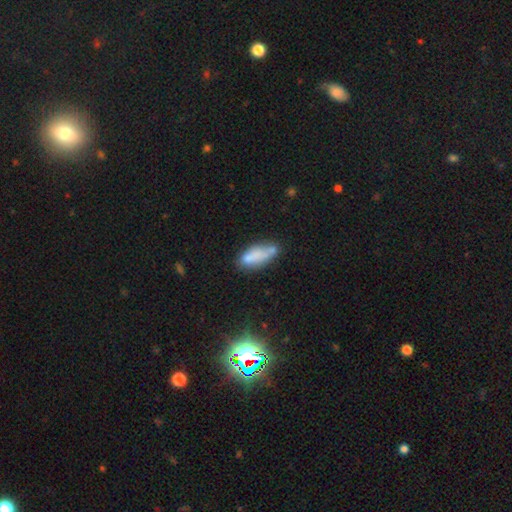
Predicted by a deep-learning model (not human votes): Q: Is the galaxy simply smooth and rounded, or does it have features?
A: smooth — 70%.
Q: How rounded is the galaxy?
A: in between — 68%.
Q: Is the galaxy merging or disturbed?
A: none — 45%.